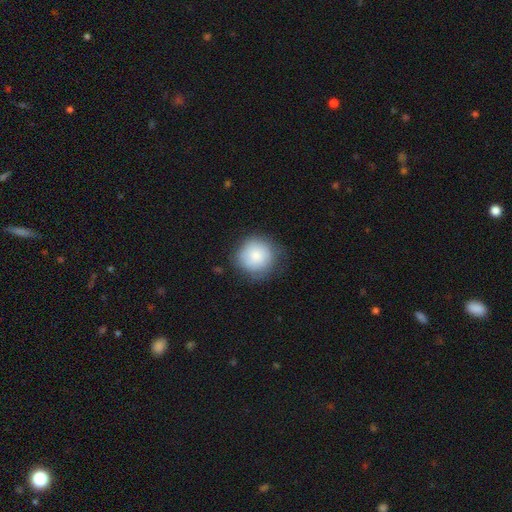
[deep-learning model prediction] Q: Smooth or featured?
A: smooth (80%); runner-up: featured or disk (13%)
Q: How rounded?
A: round (92%); runner-up: in between (7%)
Q: Merging?
A: none (71%); runner-up: minor disturbance (21%)